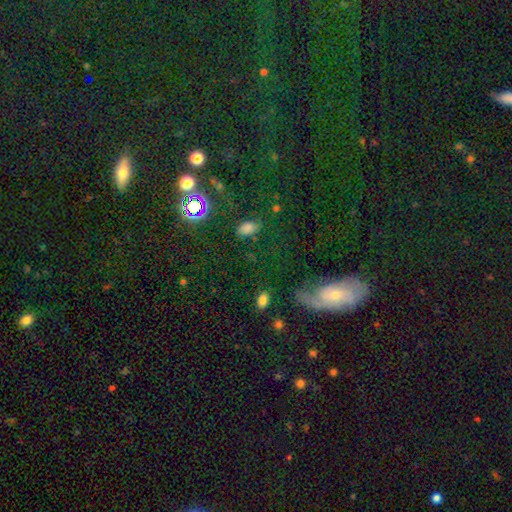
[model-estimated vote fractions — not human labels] Smooth or featured? star or artifact (46%)